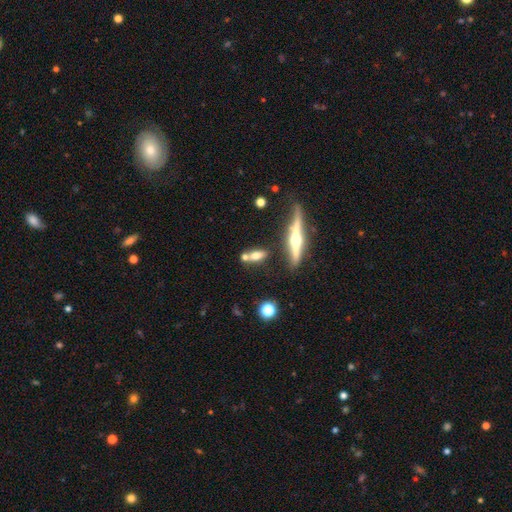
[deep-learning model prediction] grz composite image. It shows a smooth galaxy with no disk features (52%) that is in between round and cigar-shaped (61%). Merging: none (54%).